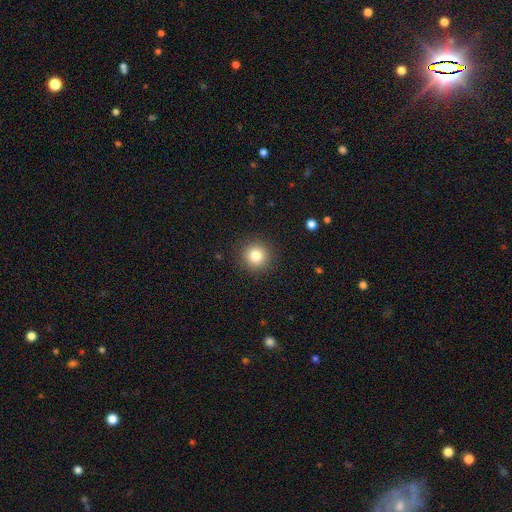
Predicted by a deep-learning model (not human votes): This appears to be a smooth galaxy with no disk features (82%) that is round (94%). Merging: none (91%).